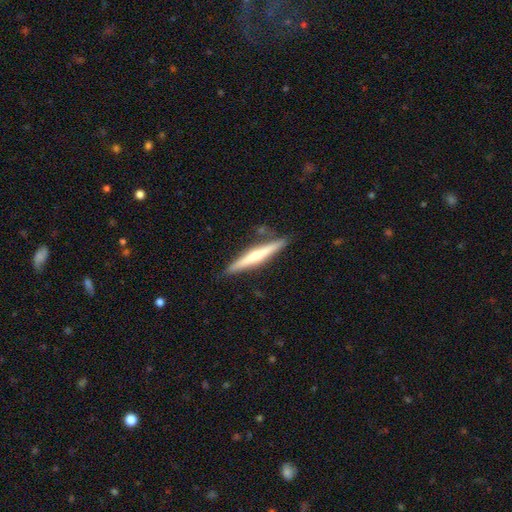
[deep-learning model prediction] featured or disk 58%, smooth 36%, star or artifact 6%. Down the decision tree: edge-on disk — yes (96%); edge-on bulge — rounded (58%); merging — none (86%).